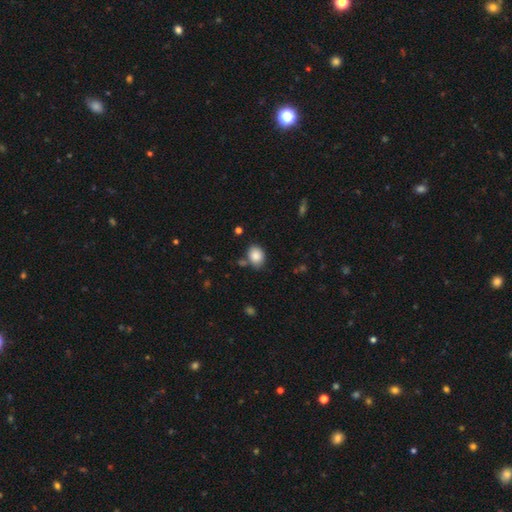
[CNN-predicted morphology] The model was most divided on "how rounded": in between: 66%, round: 33%, cigar-shaped: 1%. More confident: smooth or featured — smooth (87%); merging — none (72%).